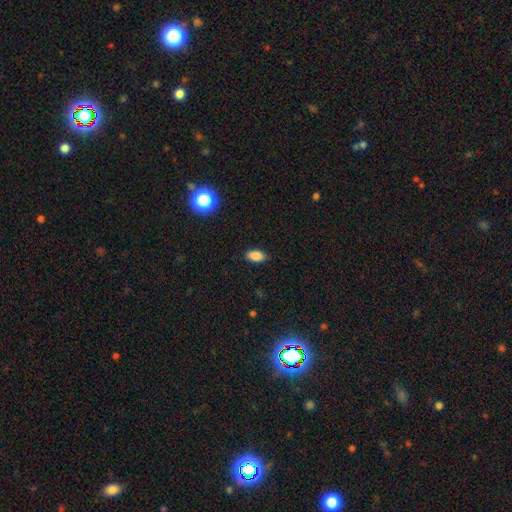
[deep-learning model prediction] smooth_or_featured: smooth (p=0.85) [alt: star or artifact p=0.10]
how_rounded: in between (p=0.91) [alt: round p=0.06]
merging: none (p=0.89) [alt: minor disturbance p=0.08]